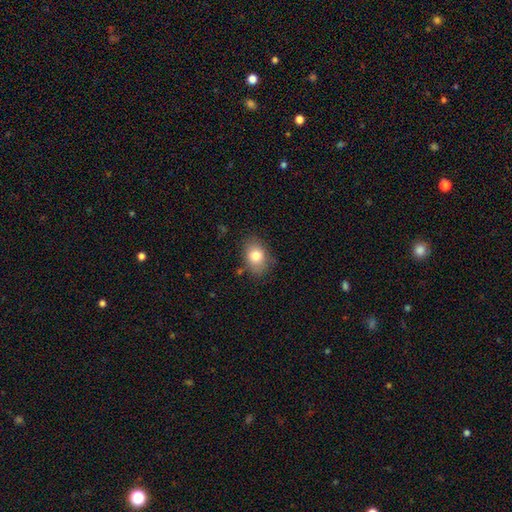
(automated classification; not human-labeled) Morphology: type=smooth (80%); roundness=in between (76%); merging=none (77%).